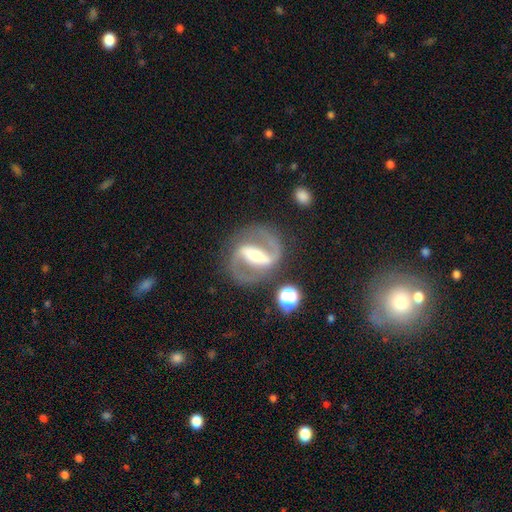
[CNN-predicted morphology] A featured or disk galaxy (88%) with a strong bar (69%), 2 (92%) medium (55%) spiral arms (93%) and a moderate central bulge (47%).

Vote fractions:
- Smooth or featured? featured or disk: 88% / smooth: 6% / star or artifact: 5%
- Edge-on disk? no: 96% / yes: 4%
- Bar? strong: 69% / weak: 23% / no: 7%
- Spiral arms? yes: 93% / no: 7%
- Spiral winding? medium: 55% / tight: 27% / loose: 19%
- Spiral arm count? 2: 92% / can't tell: 3% / 1: 2% / 3: 1% / 4: 1% / more than 4: 1%
- Bulge size? moderate: 47% / small: 30% / large: 14% / none: 6% / dominant: 2%
- Merging? none: 80% / minor disturbance: 11% / major disturbance: 6% / merger: 3%